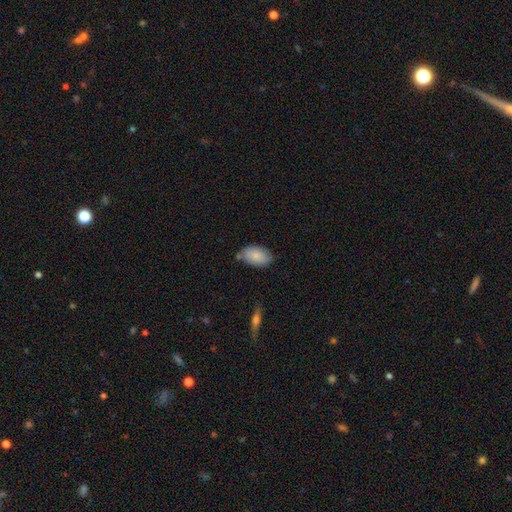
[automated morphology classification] smooth 83%, featured or disk 11%, star or artifact 6%. Down the decision tree: how rounded — in between (94%); merging — none (68%).